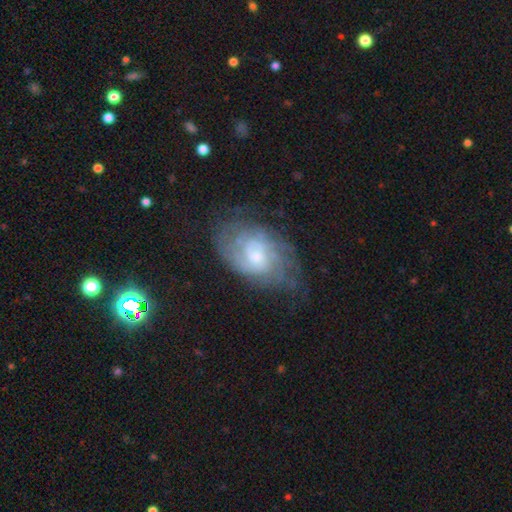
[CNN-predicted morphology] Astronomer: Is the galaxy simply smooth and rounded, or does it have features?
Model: featured or disk — 76%.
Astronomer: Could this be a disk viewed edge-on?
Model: no — 96%.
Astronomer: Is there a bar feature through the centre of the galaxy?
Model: no — 62%.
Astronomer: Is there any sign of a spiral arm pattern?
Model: yes — 89%.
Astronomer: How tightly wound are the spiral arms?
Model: tight — 57%.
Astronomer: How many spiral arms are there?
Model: can't tell — 53%.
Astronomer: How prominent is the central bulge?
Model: small — 45% (runner-up: moderate, 44%).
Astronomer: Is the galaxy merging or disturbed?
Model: none — 63%.